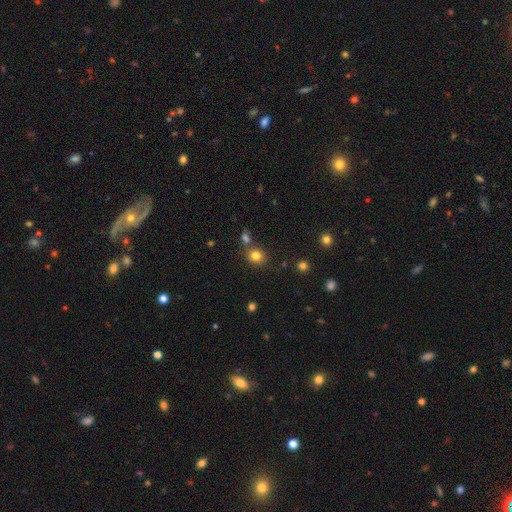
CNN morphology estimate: Smooth or featured: smooth — 80% (star or artifact — 14%)
How rounded: round — 82% (in between — 18%)
Merging: none — 74% (merger — 14%)